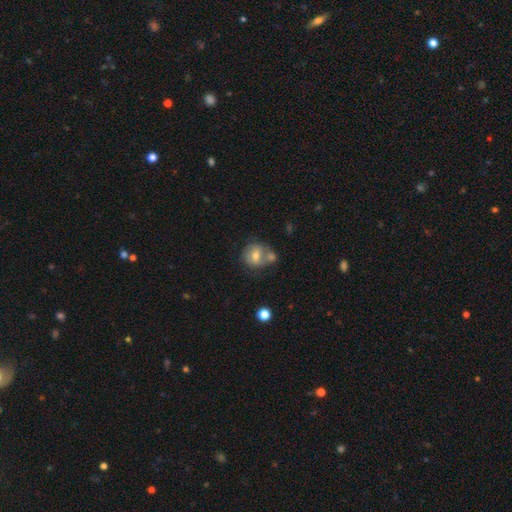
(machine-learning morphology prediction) A smooth galaxy with no disk features (62%) that is round (77%).

Vote fractions:
- Smooth or featured? smooth: 62% / featured or disk: 29% / star or artifact: 8%
- How rounded? round: 77% / in between: 22% / cigar-shaped: 1%
- Merging? none: 43% / merger: 37% / minor disturbance: 15% / major disturbance: 5%